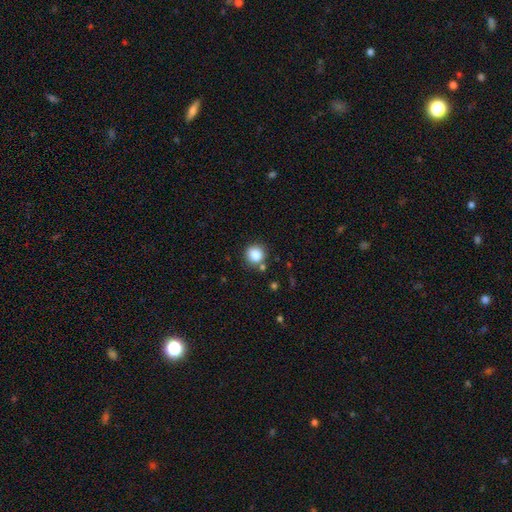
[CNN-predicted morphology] smooth 85%, star or artifact 10%, featured or disk 4%. Down the decision tree: how rounded — round (90%); merging — none (79%).